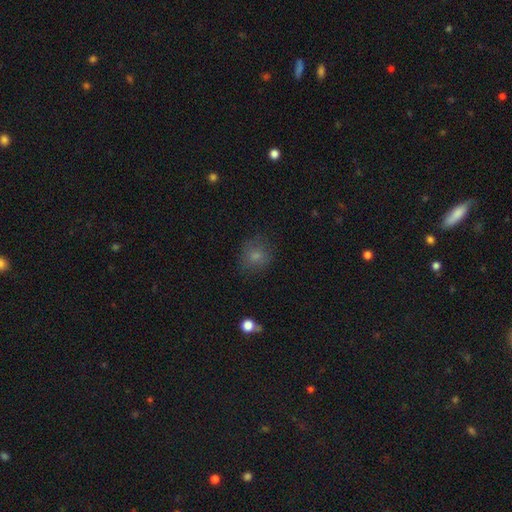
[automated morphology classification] This is likely a smooth galaxy (76%). How rounded: likely round (79%). Merging: likely none (71%).